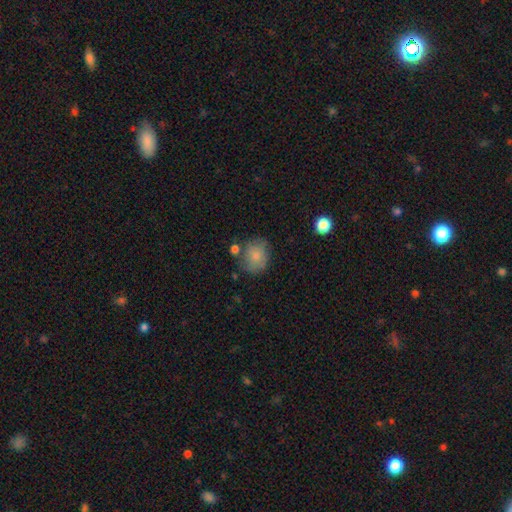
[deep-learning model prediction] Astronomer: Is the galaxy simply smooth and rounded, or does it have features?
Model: smooth — 79%.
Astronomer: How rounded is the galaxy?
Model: round — 69%.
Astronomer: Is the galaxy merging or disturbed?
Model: none — 64%.